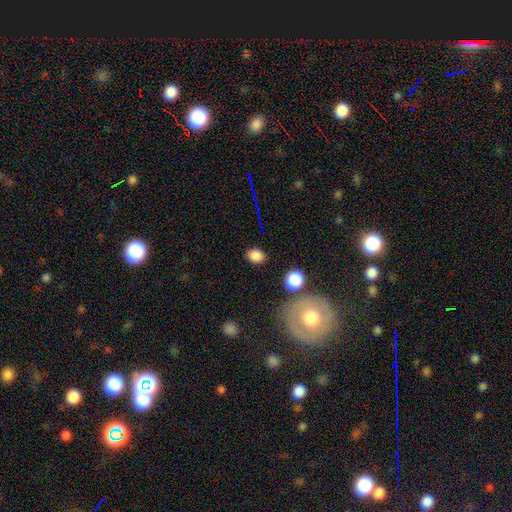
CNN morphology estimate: A smooth galaxy with no disk features (84%) that is in between round and cigar-shaped (58%).

Vote fractions:
- Smooth or featured? smooth: 84% / star or artifact: 11% / featured or disk: 5%
- How rounded? in between: 58% / round: 41% / cigar-shaped: 2%
- Merging? none: 84% / minor disturbance: 10% / major disturbance: 3% / merger: 3%